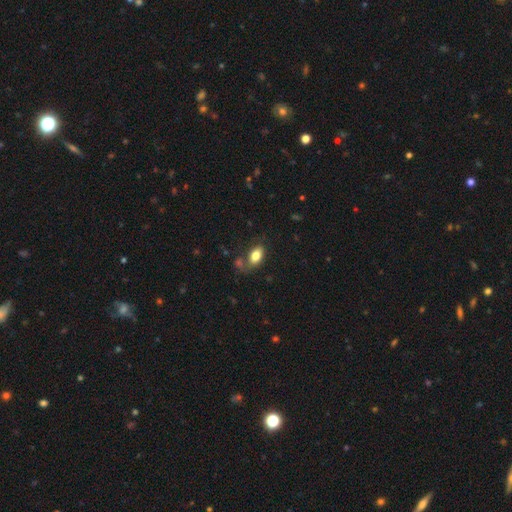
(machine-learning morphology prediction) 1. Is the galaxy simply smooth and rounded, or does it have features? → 81% smooth, 11% featured or disk, 8% star or artifact.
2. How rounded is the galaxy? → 91% in between, 6% round, 3% cigar-shaped.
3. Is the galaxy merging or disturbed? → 63% none, 17% minor disturbance, 13% merger, 7% major disturbance.